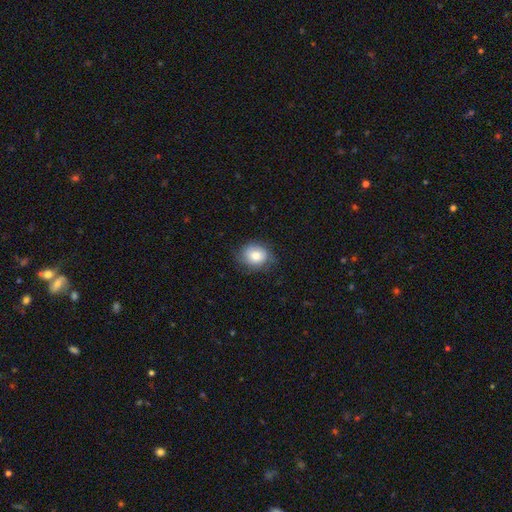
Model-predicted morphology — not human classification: smooth-or-featured: smooth: 77% | featured or disk: 15% | star or artifact: 8%
  how-rounded: round: 58% | in between: 42% | cigar-shaped: 1%
  merging: none: 70% | minor disturbance: 23% | major disturbance: 6% | merger: 1%